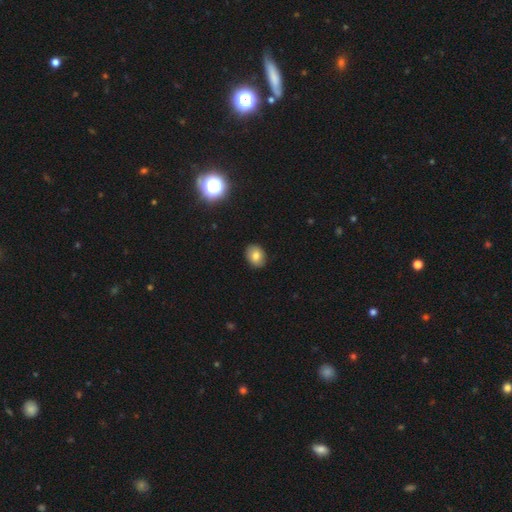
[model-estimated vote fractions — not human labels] Smooth or featured?
  - smooth: 78% *
  - featured or disk: 11%
  - star or artifact: 11%
How rounded?
  - in between: 59% *
  - round: 40%
  - cigar-shaped: 1%
Merging?
  - none: 88% *
  - minor disturbance: 9%
  - major disturbance: 2%
  - merger: 1%